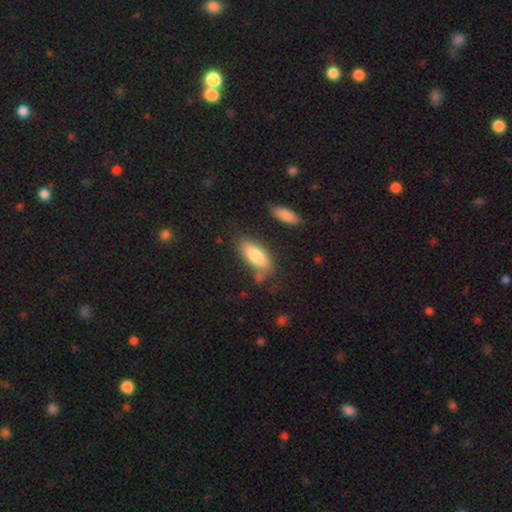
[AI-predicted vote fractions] Smooth or featured? smooth (79%)
How rounded? in between (76%)
Merging? none (66%)